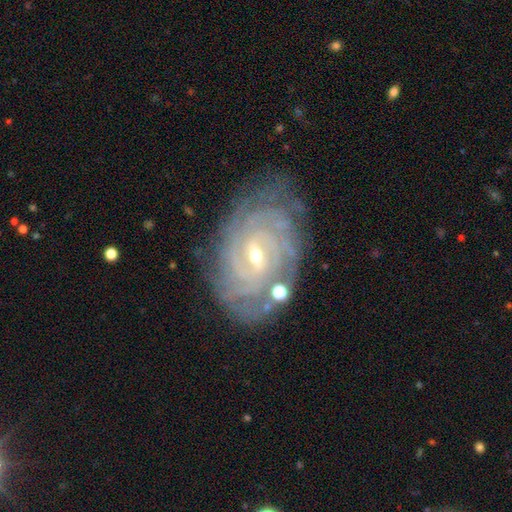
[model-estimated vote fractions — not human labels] featured or disk 90%, star or artifact 5%, smooth 5%. Down the decision tree: edge-on disk — no (97%); bar — weak (52%); spiral arms — yes (98%); spiral arm count — 4 (28%); spiral winding — tight (83%); bulge size — small (65%); merging — none (78%).